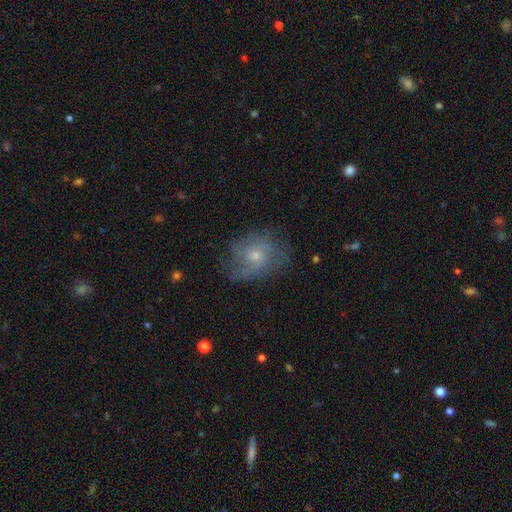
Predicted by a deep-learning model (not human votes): This is likely a featured or disk galaxy (64%). It is clearly not viewed edge-on (97%). Bar: likely no (78%). Spiral arm pattern: clearly yes (83%). Spiral arm count: marginally can't tell (37%). Spiral winding: marginally medium (42%). Central bulge: likely small (62%). Merging: likely none (65%).